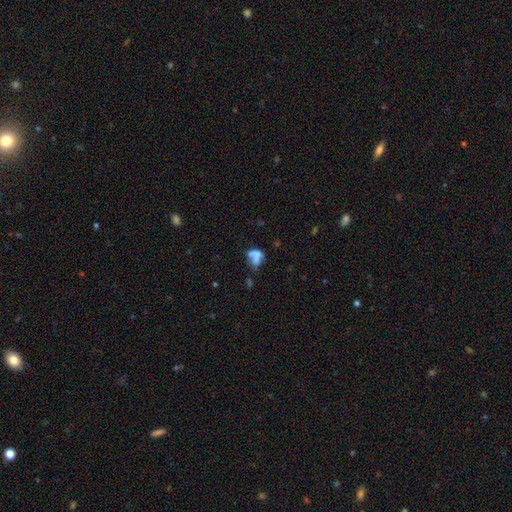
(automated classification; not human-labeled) Q: Smooth or featured?
A: smooth (58%); runner-up: featured or disk (29%)
Q: How rounded?
A: in between (73%); runner-up: round (23%)
Q: Merging?
A: merger (41%); runner-up: none (23%)